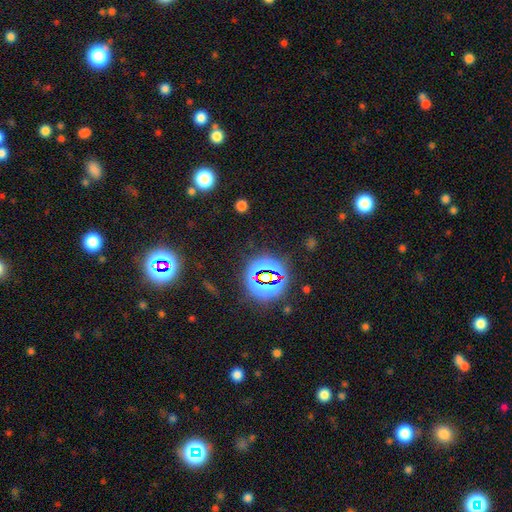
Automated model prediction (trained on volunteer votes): star or artifact 80%, smooth 12%, featured or disk 7%.